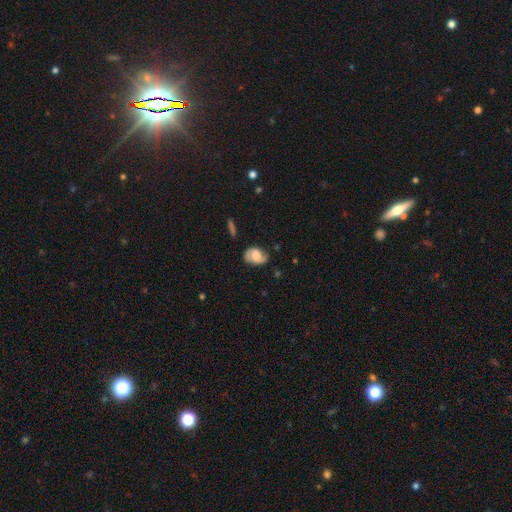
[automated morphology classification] Smooth or featured? Predicted: featured or disk (p=0.58). Edge-on disk? Predicted: no (p=0.96). Bar? Predicted: no (p=0.47). Spiral arms? Predicted: yes (p=0.89). Bulge size? Predicted: moderate (p=0.39). Merging? Predicted: none (p=0.70).